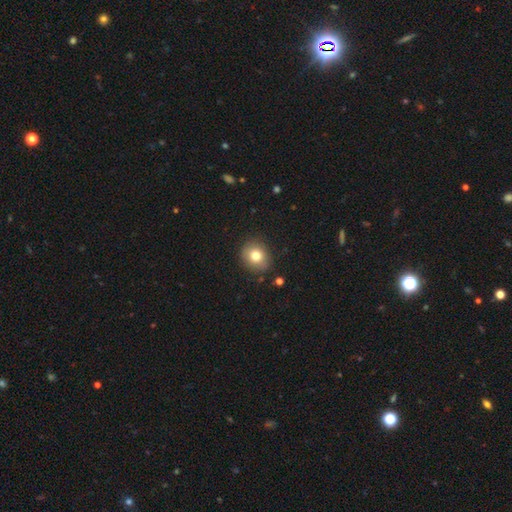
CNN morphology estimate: This is likely a smooth galaxy (79%). How rounded: likely round (75%). Merging: clearly none (85%).